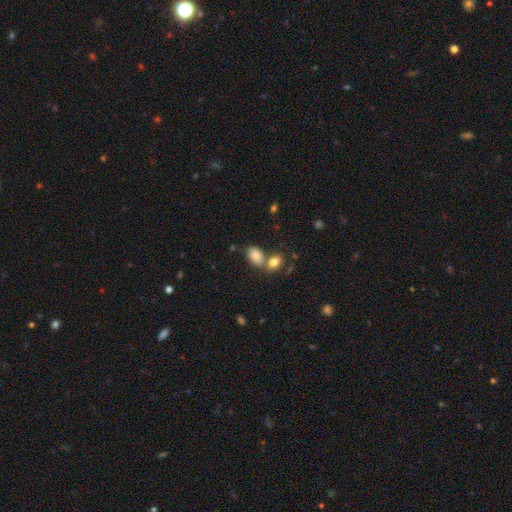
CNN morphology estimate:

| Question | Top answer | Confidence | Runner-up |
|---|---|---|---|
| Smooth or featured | smooth | 84% | star or artifact (9%) |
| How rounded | in between | 84% | round (14%) |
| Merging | none | 49% | merger (35%) |